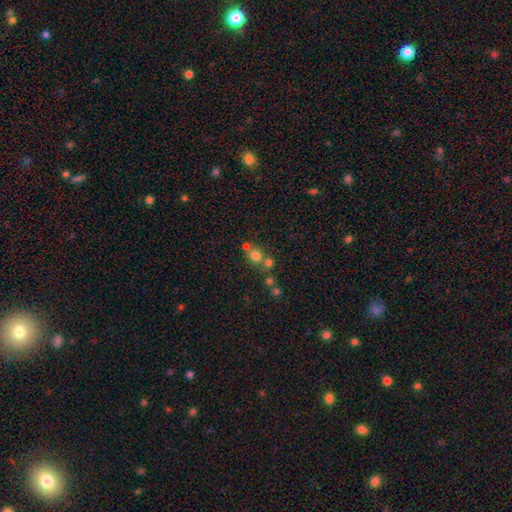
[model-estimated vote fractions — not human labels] Overall: smooth (71%). How rounded: round (86%). Merging: none (54%; merger 35%).